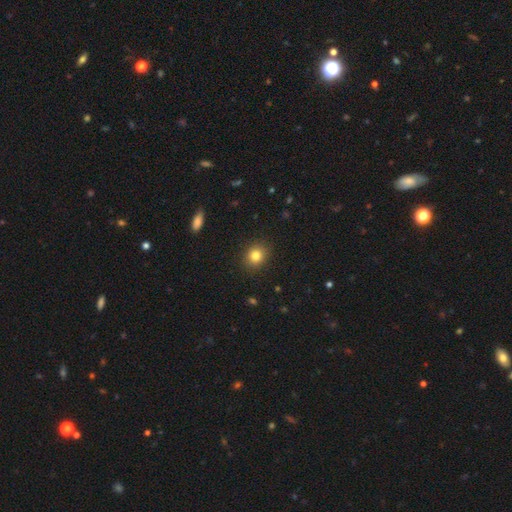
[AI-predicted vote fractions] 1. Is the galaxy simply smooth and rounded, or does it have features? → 82% smooth, 11% star or artifact, 7% featured or disk.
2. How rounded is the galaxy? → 73% round, 26% in between, 1% cigar-shaped.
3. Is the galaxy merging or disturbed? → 90% none, 7% minor disturbance, 2% major disturbance, 1% merger.